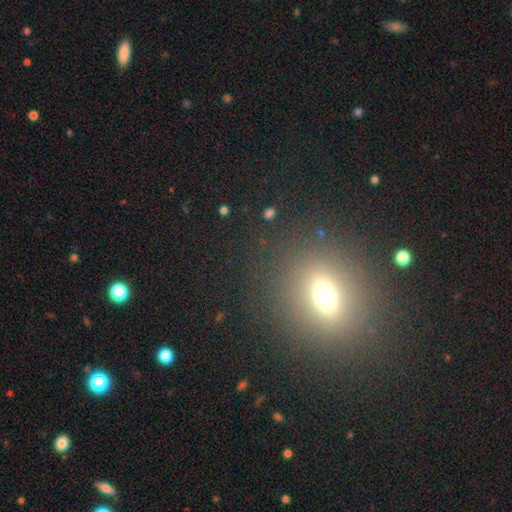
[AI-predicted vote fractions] Smooth or featured?
  - smooth: 50% *
  - star or artifact: 29%
  - featured or disk: 21%
How rounded?
  - in between: 57% *
  - round: 31%
  - cigar-shaped: 12%
Merging?
  - none: 86% *
  - minor disturbance: 7%
  - major disturbance: 4%
  - merger: 2%